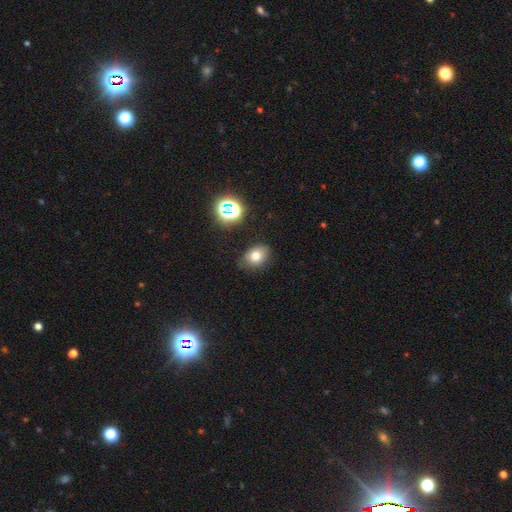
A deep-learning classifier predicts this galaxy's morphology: type=smooth (74%); roundness=in between (62%); merging=none (77%).